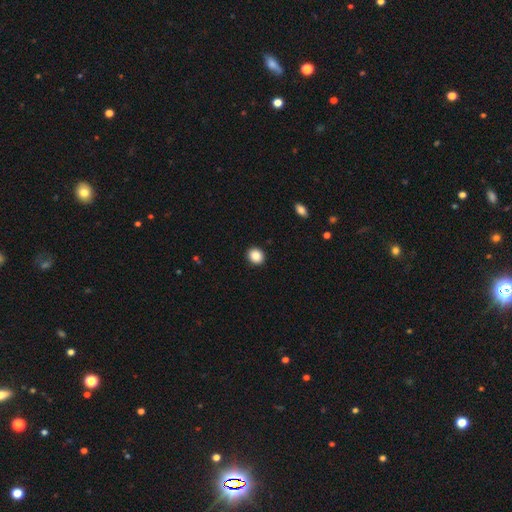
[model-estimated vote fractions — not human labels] A smooth galaxy with no disk features (86%) that is round (79%). Merging: none (93%).